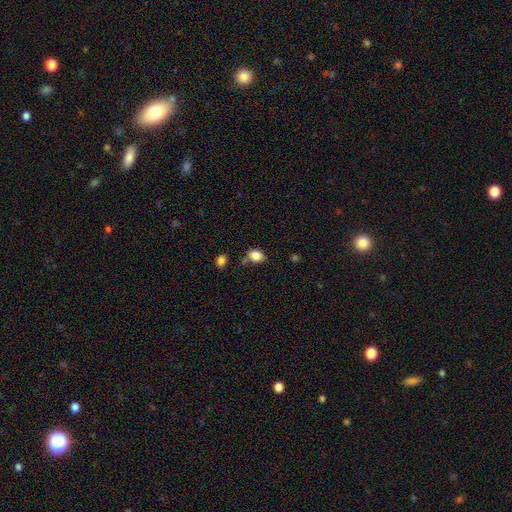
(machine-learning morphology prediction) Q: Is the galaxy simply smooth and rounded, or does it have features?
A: smooth — 84%.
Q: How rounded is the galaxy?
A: in between — 61%.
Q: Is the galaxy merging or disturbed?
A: none — 61%.